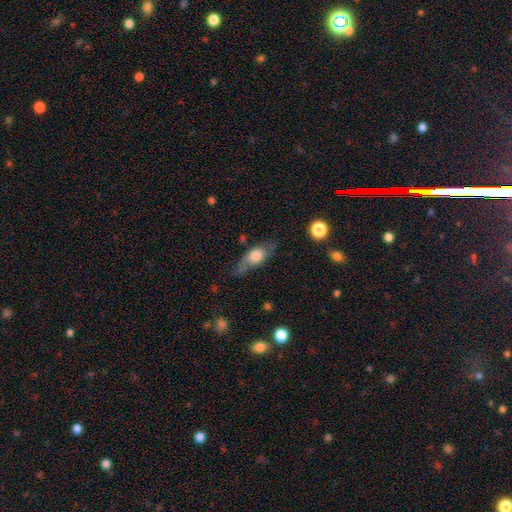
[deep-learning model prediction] Smooth or featured? smooth (54%)
How rounded? in between (62%)
Merging? none (65%)